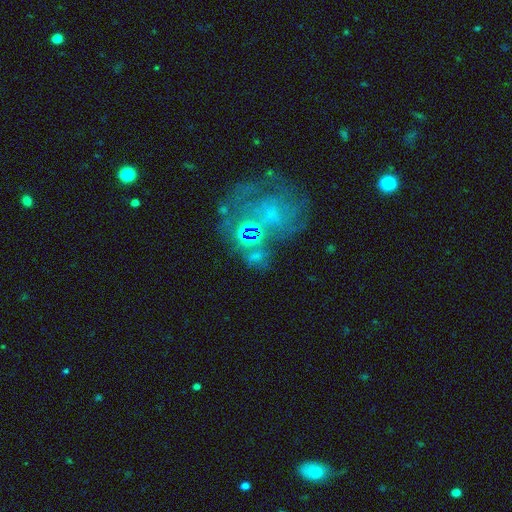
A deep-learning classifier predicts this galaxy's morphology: The model was most divided on "smooth or featured": featured or disk: 47%, star or artifact: 27%, smooth: 26%. Remaining: merging — none (49%).